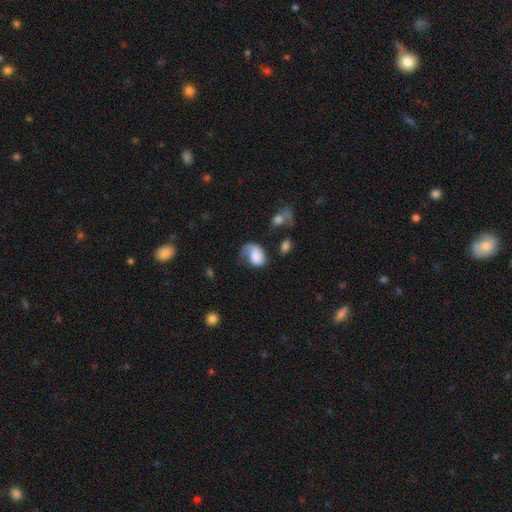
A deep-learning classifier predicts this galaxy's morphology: Smooth or featured?
  - smooth: 59% *
  - featured or disk: 32%
  - star or artifact: 9%
How rounded?
  - in between: 69% *
  - round: 30%
  - cigar-shaped: 1%
Merging?
  - major disturbance: 41% *
  - none: 30%
  - minor disturbance: 23%
  - merger: 6%